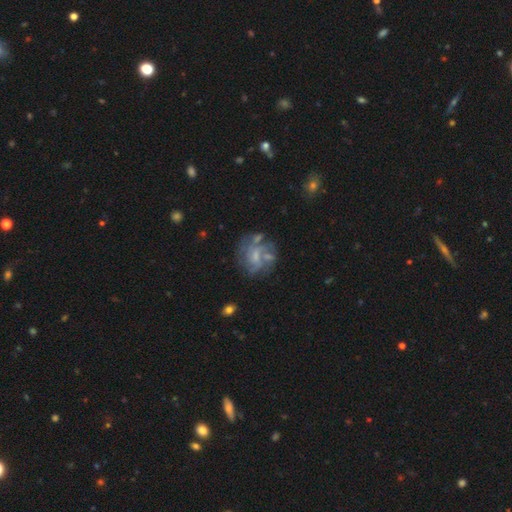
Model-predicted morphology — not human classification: Smooth or featured: featured or disk — 70% (smooth — 20%)
Edge-on disk: no — 98% (yes — 2%)
Bar: no — 58% (weak — 36%)
Spiral arms: yes — 70% (no — 30%)
Bulge size: small — 45% (none — 26%)
Merging: none — 55% (minor disturbance — 19%)